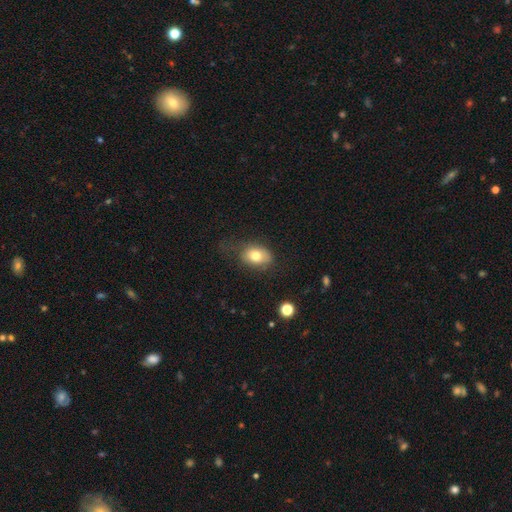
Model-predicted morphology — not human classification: Smooth or featured?
  - smooth: 77% *
  - featured or disk: 14%
  - star or artifact: 9%
How rounded?
  - in between: 76% *
  - round: 23%
  - cigar-shaped: 1%
Merging?
  - none: 58% *
  - minor disturbance: 26%
  - major disturbance: 14%
  - merger: 2%